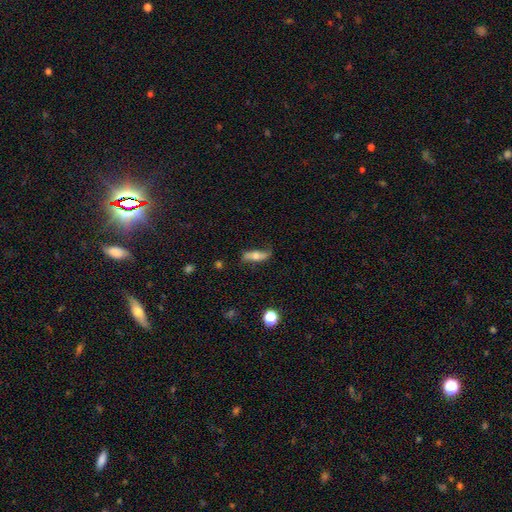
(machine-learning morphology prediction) Smooth or featured? Predicted: featured or disk (p=0.49). Merging? Predicted: none (p=0.70).